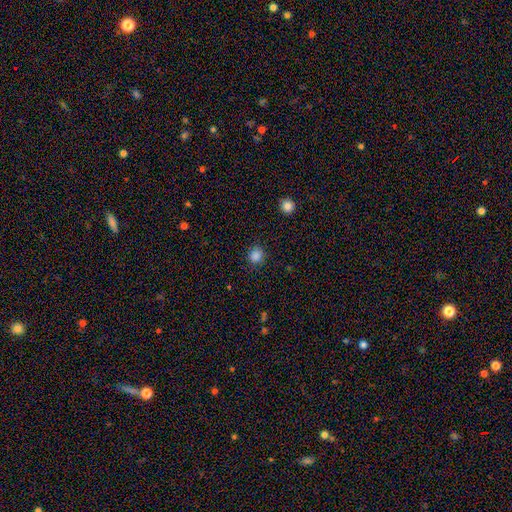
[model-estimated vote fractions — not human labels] A smooth galaxy with no disk features (85%) that is round (88%). Merging: none (88%).